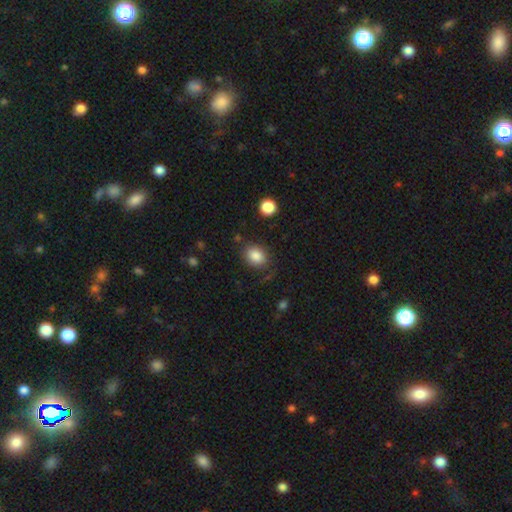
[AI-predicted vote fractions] smooth-or-featured: smooth: 85% | star or artifact: 9% | featured or disk: 6%
  how-rounded: in between: 57% | round: 42% | cigar-shaped: 1%
  merging: none: 80% | minor disturbance: 13% | major disturbance: 4% | merger: 3%